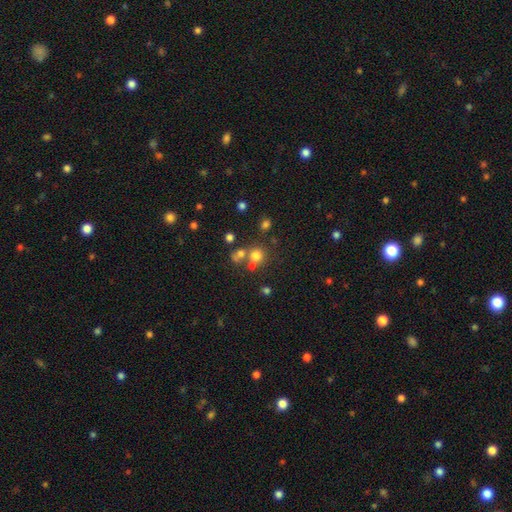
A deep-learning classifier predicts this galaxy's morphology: The model was most divided on "merging": none: 56%, merger: 30%, minor disturbance: 9%, major disturbance: 5%. More confident: how rounded — round (86%); smooth or featured — smooth (70%).